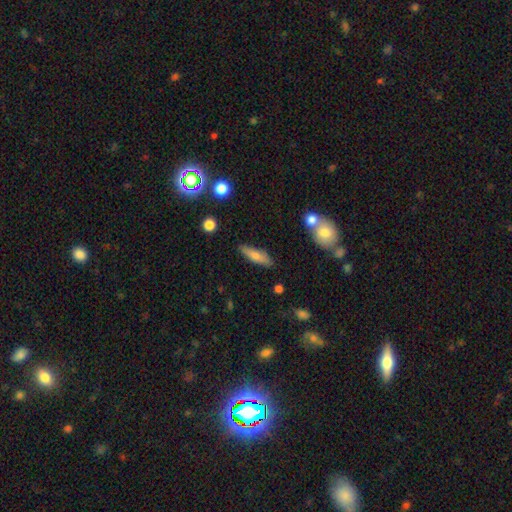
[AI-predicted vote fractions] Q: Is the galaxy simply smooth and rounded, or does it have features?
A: smooth — 71%.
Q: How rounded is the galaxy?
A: cigar-shaped — 64%.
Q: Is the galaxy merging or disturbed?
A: none — 80%.